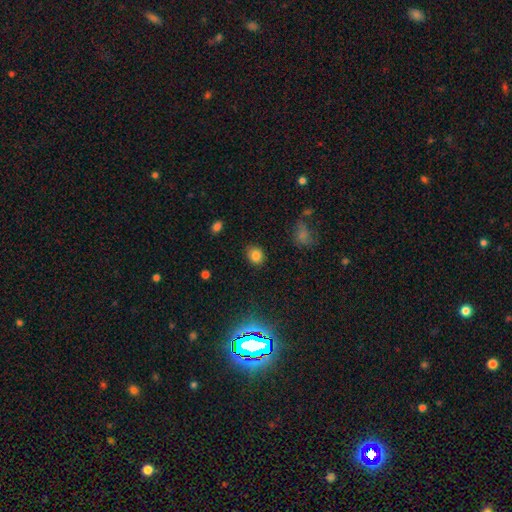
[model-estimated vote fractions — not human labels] Smooth or featured: smooth — 81% (star or artifact — 13%)
How rounded: round — 66% (in between — 33%)
Merging: none — 86% (minor disturbance — 10%)